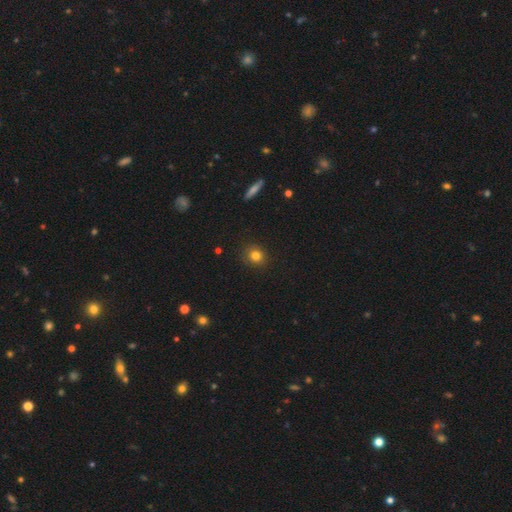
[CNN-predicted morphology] Smooth or featured? smooth (81%)
How rounded? round (84%)
Merging? none (89%)